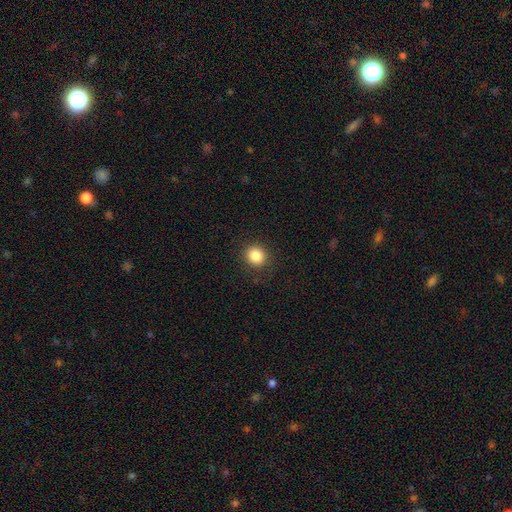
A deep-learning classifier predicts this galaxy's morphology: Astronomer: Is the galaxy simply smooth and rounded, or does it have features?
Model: smooth — 86%.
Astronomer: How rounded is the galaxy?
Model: round — 85%.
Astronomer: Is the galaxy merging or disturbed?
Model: none — 89%.